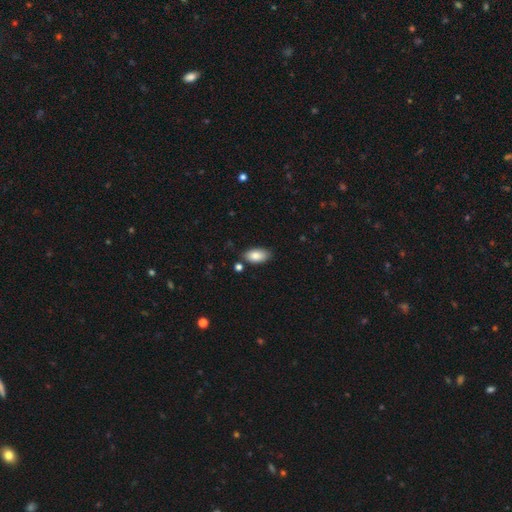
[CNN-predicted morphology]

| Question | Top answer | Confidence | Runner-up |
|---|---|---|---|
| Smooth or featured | smooth | 84% | featured or disk (9%) |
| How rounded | in between | 94% | round (3%) |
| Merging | none | 80% | minor disturbance (13%) |